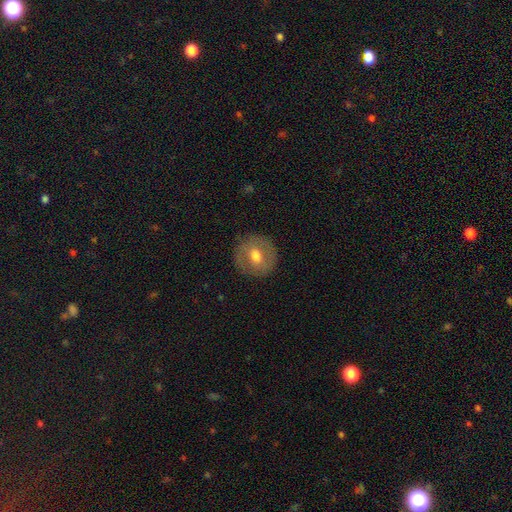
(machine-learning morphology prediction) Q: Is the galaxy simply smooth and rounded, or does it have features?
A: smooth — 55%.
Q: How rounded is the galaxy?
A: round — 91%.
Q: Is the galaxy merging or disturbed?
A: none — 88%.